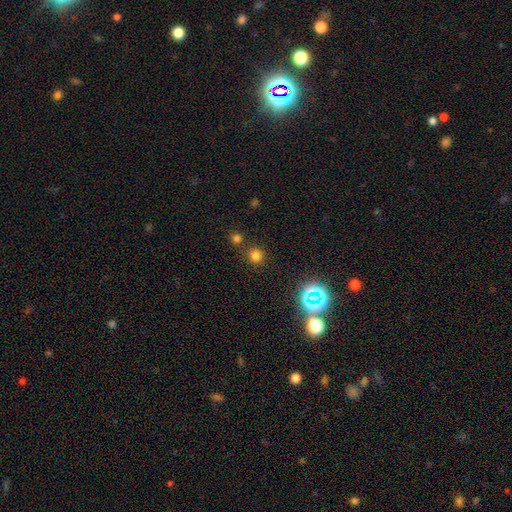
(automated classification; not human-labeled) smooth 73%, star or artifact 22%, featured or disk 5%. Down the decision tree: how rounded — round (91%); merging — none (79%).